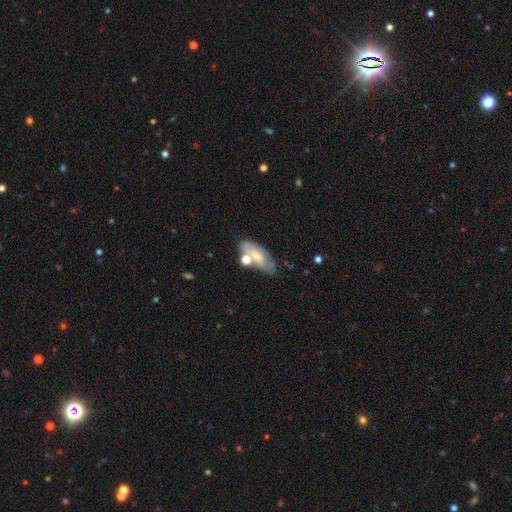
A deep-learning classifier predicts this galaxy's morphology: This appears to be a smooth galaxy with no disk features (53%) that is in between round and cigar-shaped (82%). Merging: none (50%).